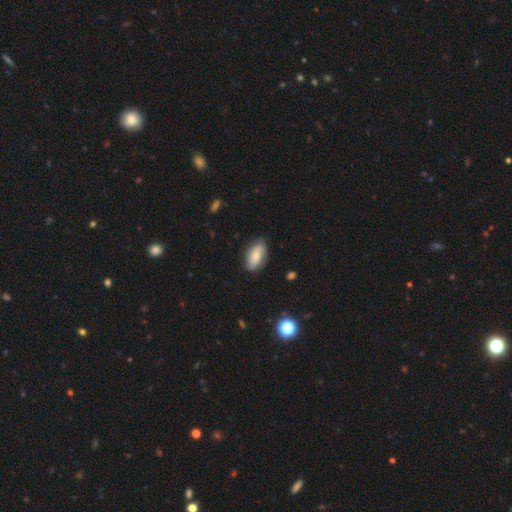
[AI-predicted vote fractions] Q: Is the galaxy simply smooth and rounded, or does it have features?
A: smooth — 69%.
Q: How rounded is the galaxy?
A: in between — 91%.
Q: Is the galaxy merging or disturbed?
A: none — 78%.